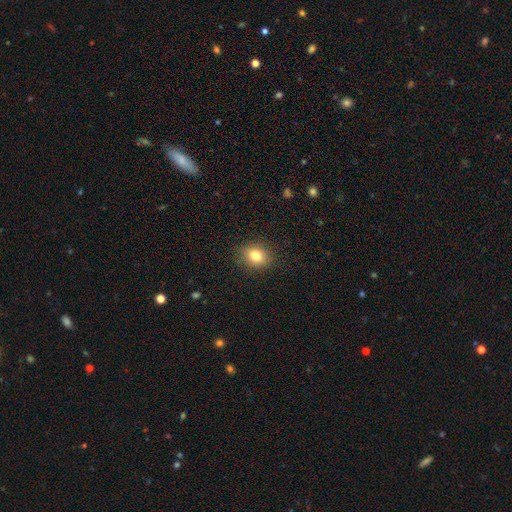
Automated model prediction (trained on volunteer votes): The model was most divided on "how rounded": round: 57%, in between: 42%, cigar-shaped: 1%. More confident: merging — none (88%); smooth or featured — smooth (80%).